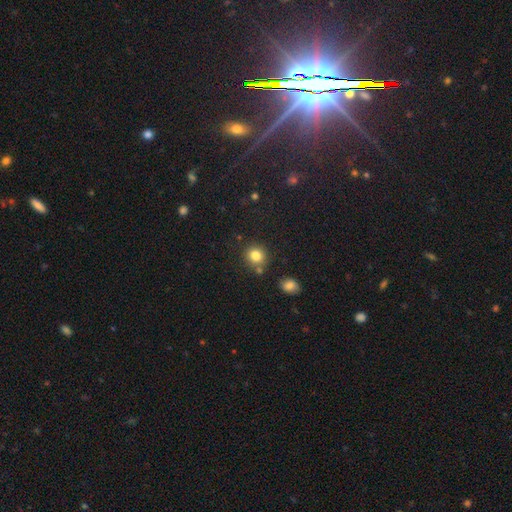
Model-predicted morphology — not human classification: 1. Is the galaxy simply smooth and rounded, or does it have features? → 83% smooth, 11% star or artifact, 6% featured or disk.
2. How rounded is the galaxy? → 86% round, 13% in between, 1% cigar-shaped.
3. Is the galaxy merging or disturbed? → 78% none, 10% merger, 10% minor disturbance, 3% major disturbance.